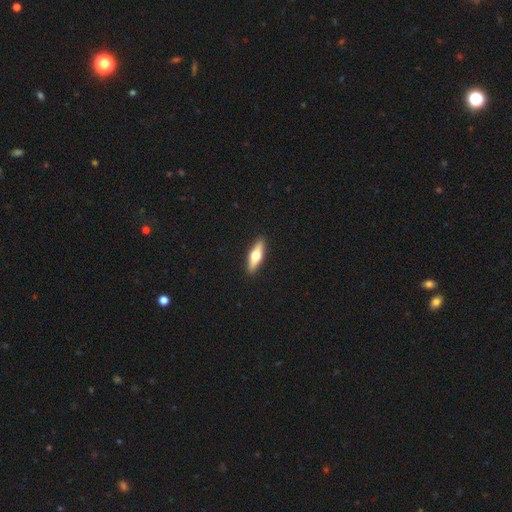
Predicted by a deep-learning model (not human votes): Morphology: type=smooth (48%); merging=none (91%).